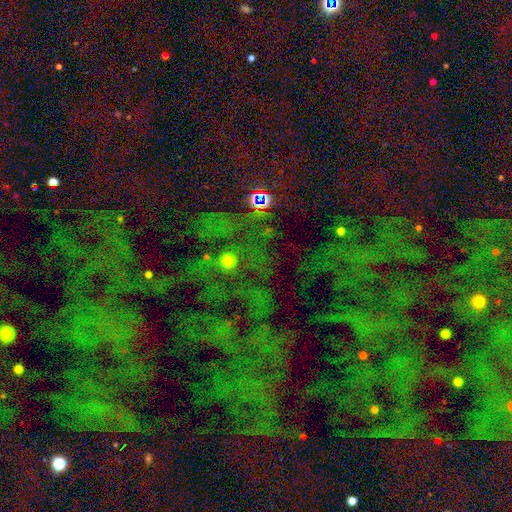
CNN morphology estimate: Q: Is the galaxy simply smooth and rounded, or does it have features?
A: star or artifact — 75%.